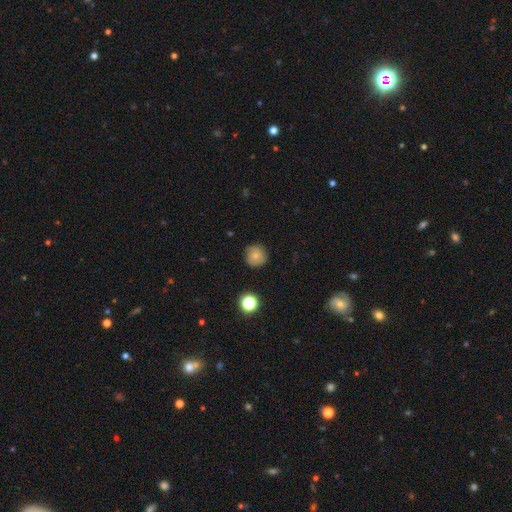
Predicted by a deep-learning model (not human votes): This appears to be a smooth galaxy with no disk features (68%) that is round (92%). Merging: none (79%).